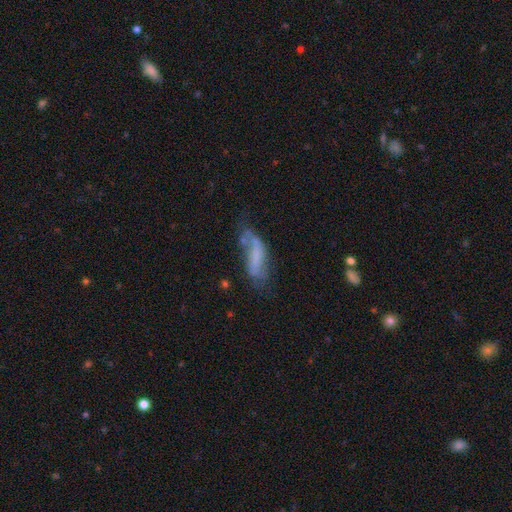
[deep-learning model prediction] Smooth or featured? Predicted: smooth (p=0.47). Merging? Predicted: none (p=0.32).